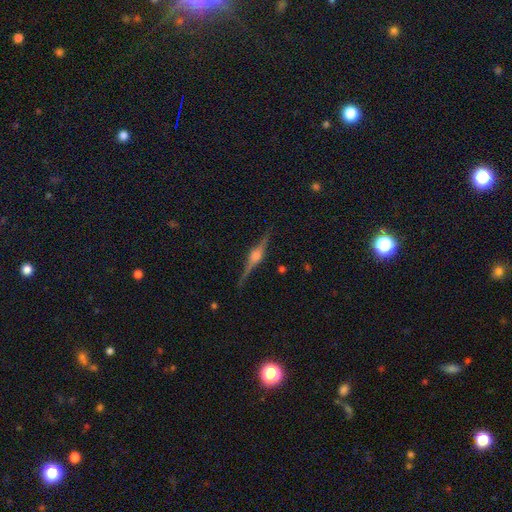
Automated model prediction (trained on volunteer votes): smooth_or_featured: featured or disk (p=0.85) [alt: smooth p=0.08]
disk_edge_on: yes (p=0.98) [alt: no p=0.02]
edge_on_bulge: rounded (p=0.87) [alt: boxy p=0.10]
merging: none (p=0.89) [alt: minor disturbance p=0.08]